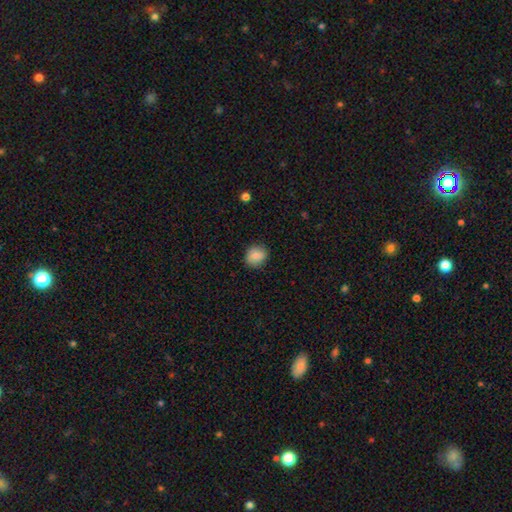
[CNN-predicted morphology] smooth 85%, star or artifact 8%, featured or disk 7%. Down the decision tree: how rounded — round (73%); merging — none (85%).